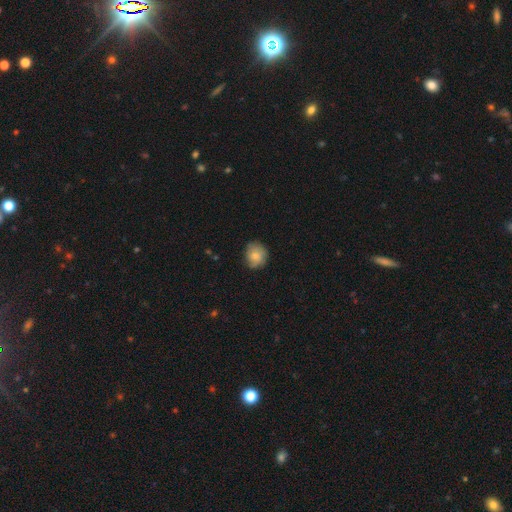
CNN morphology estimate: type=smooth (79%); roundness=round (73%); merging=none (71%).